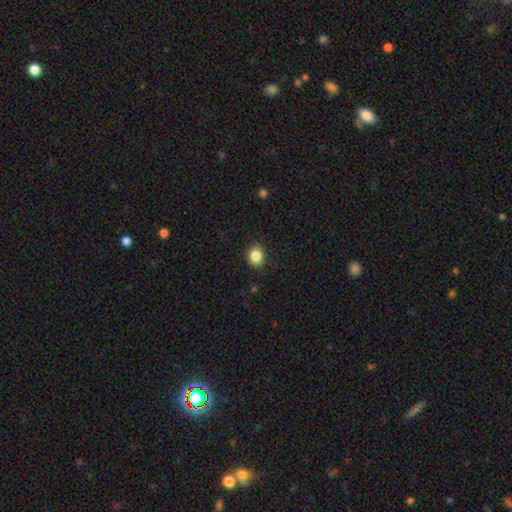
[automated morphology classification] smooth_or_featured: smooth (p=0.86) [alt: star or artifact p=0.10]
how_rounded: round (p=0.54) [alt: in between p=0.45]
merging: none (p=0.88) [alt: minor disturbance p=0.08]